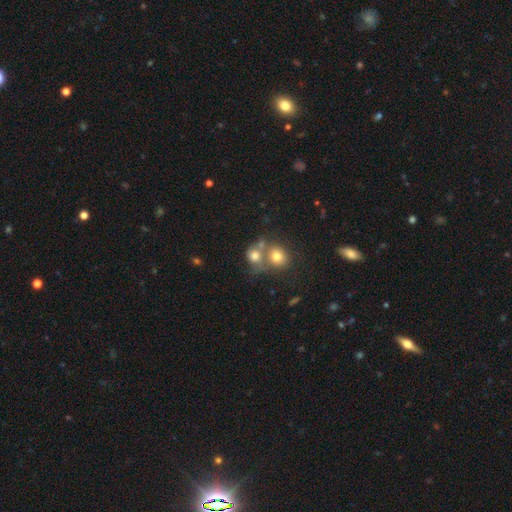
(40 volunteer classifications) Smooth or featured?
  - smooth: 68% *
  - featured or disk: 20%
  - star or artifact: 12%
How rounded?
  - round: 67% *
  - in between: 33%
  - cigar-shaped: 0%
Merging?
  - merger: 54% *
  - none: 40%
  - minor disturbance: 6%
  - major disturbance: 0%